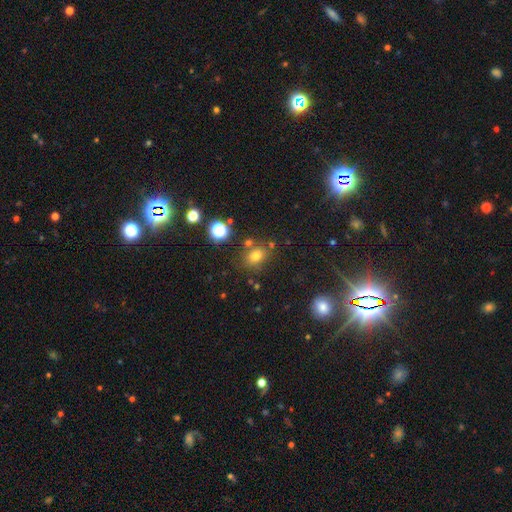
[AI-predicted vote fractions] The model was most divided on "how rounded": in between: 57%, round: 42%, cigar-shaped: 1%. More confident: merging — none (72%); smooth or featured — smooth (71%).